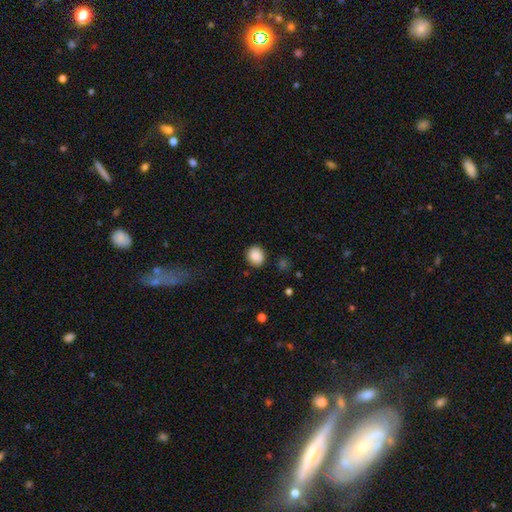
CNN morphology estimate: smooth_or_featured: smooth (p=0.87) [alt: star or artifact p=0.08]
how_rounded: round (p=0.77) [alt: in between p=0.22]
merging: none (p=0.86) [alt: minor disturbance p=0.10]